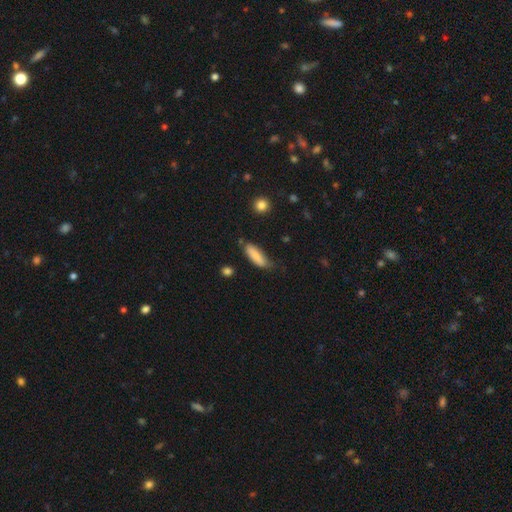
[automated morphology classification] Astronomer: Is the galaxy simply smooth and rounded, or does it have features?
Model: smooth — 83%.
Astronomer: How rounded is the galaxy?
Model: in between — 50% (runner-up: cigar-shaped, 48%).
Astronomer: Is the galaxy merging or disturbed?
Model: none — 64%.